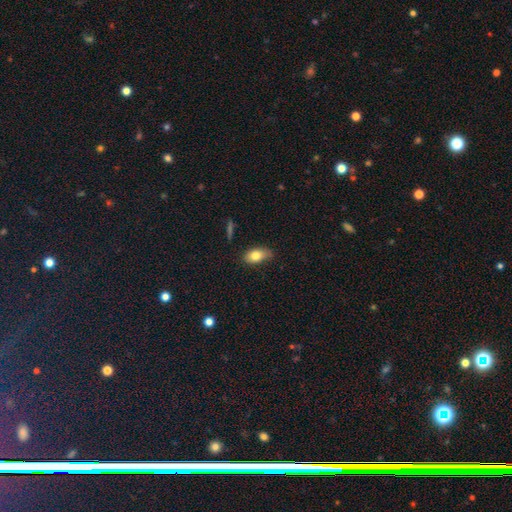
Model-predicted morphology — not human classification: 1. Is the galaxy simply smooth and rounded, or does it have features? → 80% smooth, 13% featured or disk, 8% star or artifact.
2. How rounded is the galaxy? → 89% in between, 6% round, 5% cigar-shaped.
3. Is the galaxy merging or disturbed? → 70% none, 24% minor disturbance, 4% major disturbance, 2% merger.